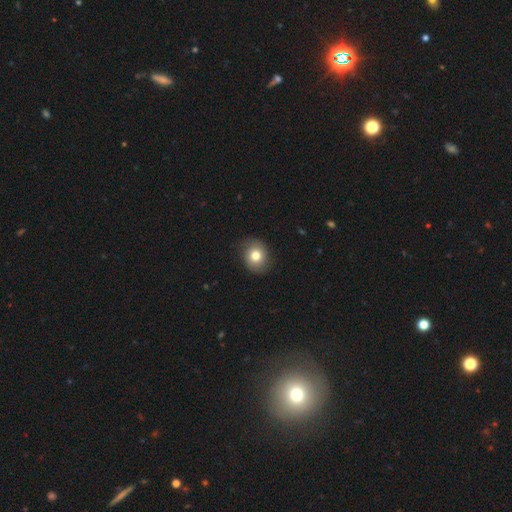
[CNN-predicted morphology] Smooth or featured? smooth (75%)
How rounded? round (64%)
Merging? none (80%)